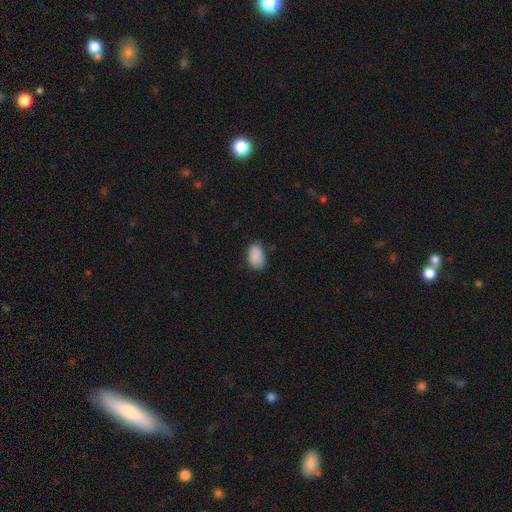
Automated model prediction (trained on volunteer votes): Overall: smooth (88%). How rounded: in between (89%). Merging: none (73%).